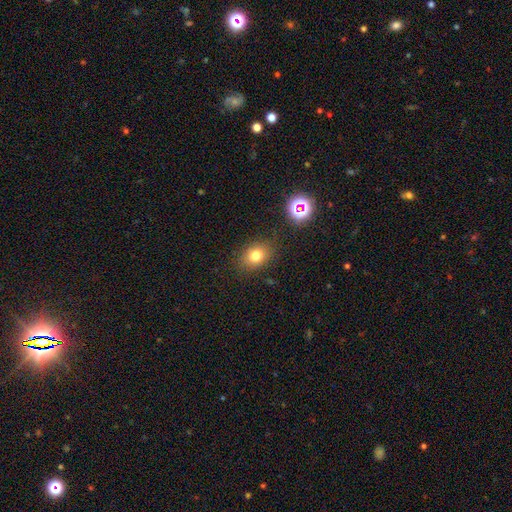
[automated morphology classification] Smooth or featured: smooth — 76% (star or artifact — 15%)
How rounded: in between — 54% (round — 45%)
Merging: none — 82% (minor disturbance — 12%)